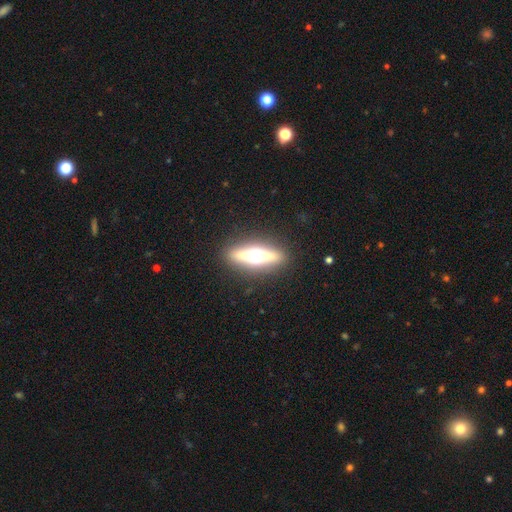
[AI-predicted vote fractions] This appears to be a featured or disk galaxy (67%) viewed edge-on (93%) with a rounded central bulge (94%). Merging: none (89%).